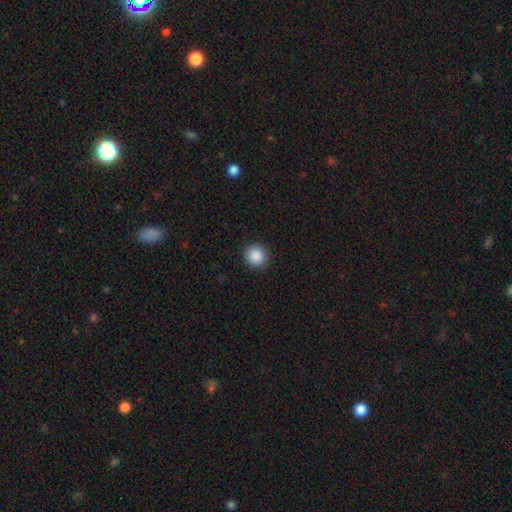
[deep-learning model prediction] smooth 88%, star or artifact 9%, featured or disk 3%. Down the decision tree: how rounded — round (92%); merging — none (91%).